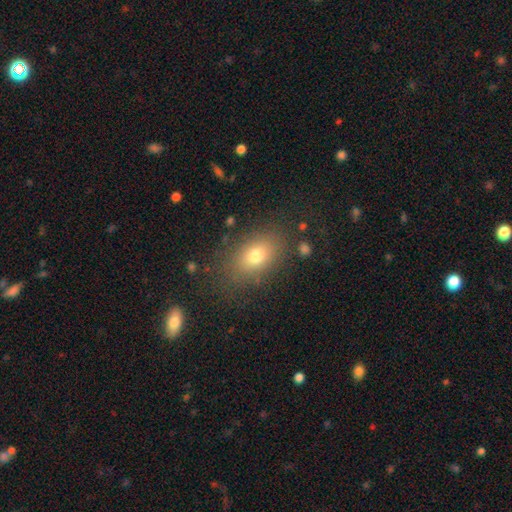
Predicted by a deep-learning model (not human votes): Smooth or featured? Predicted: smooth (p=0.75). How rounded? Predicted: in between (p=0.80). Merging? Predicted: none (p=0.80).